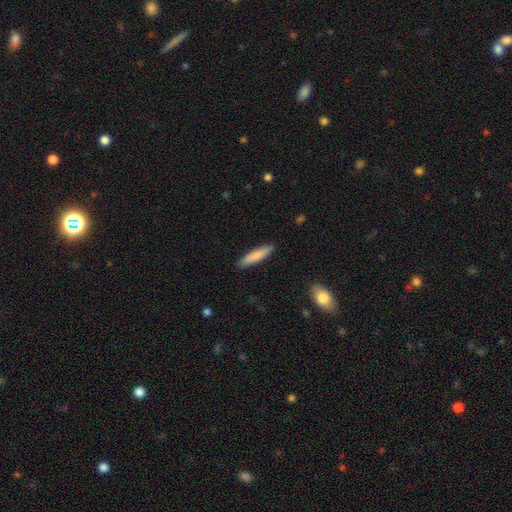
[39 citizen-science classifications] smooth-or-featured: smooth: 87% | featured or disk: 13% | star or artifact: 0%
  how-rounded: cigar-shaped: 85% | in between: 12% | round: 3%
  merging: none: 82% | minor disturbance: 10% | merger: 5% | major disturbance: 3%